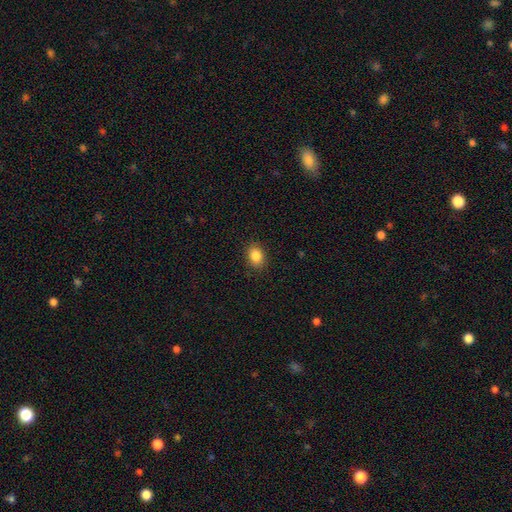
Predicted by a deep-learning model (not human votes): Smooth or featured?
  - smooth: 86% *
  - star or artifact: 9%
  - featured or disk: 5%
How rounded?
  - in between: 67% *
  - round: 32%
  - cigar-shaped: 1%
Merging?
  - none: 88% *
  - minor disturbance: 9%
  - major disturbance: 3%
  - merger: 1%